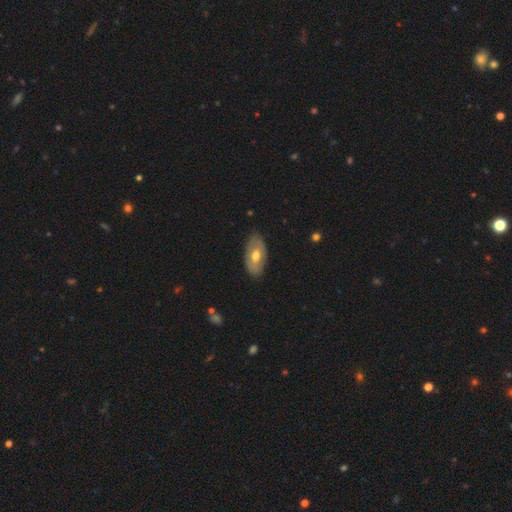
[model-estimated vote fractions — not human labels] The model was most divided on "smooth or featured": featured or disk: 48%, smooth: 47%, star or artifact: 6%. More confident: merging — none (80%).